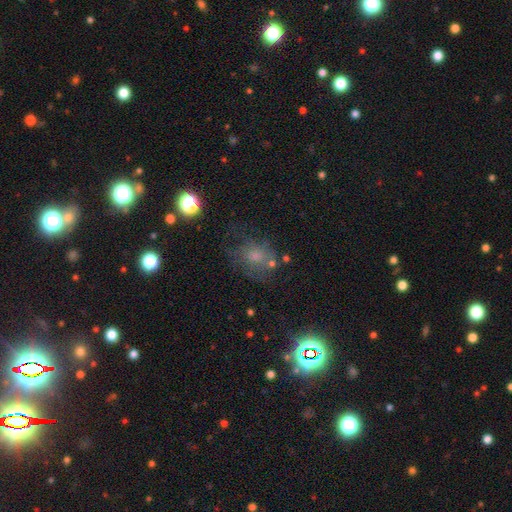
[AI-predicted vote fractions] Q: Smooth or featured?
A: smooth (49%); runner-up: featured or disk (27%)
Q: Merging?
A: none (56%); runner-up: minor disturbance (21%)